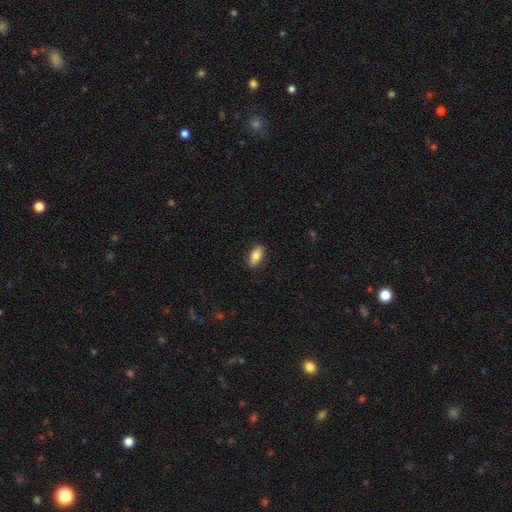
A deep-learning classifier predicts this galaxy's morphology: Smooth or featured? Predicted: smooth (p=0.82). How rounded? Predicted: in between (p=0.88). Merging? Predicted: none (p=0.88).